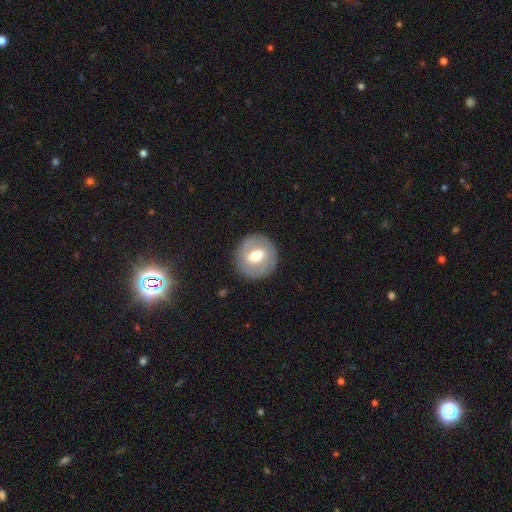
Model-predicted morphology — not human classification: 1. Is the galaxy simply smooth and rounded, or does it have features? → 51% featured or disk, 43% smooth, 6% star or artifact.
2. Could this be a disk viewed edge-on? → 95% no, 5% yes.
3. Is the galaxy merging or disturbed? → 87% none, 8% minor disturbance, 4% major disturbance, 1% merger.